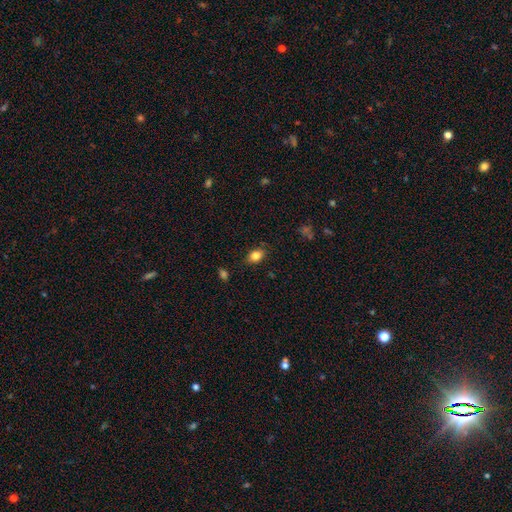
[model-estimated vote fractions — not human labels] A smooth galaxy with no disk features (84%) that is in between round and cigar-shaped (81%).

Vote fractions:
- Smooth or featured? smooth: 84% / star or artifact: 9% / featured or disk: 7%
- How rounded? in between: 81% / round: 17% / cigar-shaped: 2%
- Merging? none: 84% / minor disturbance: 12% / major disturbance: 3% / merger: 1%